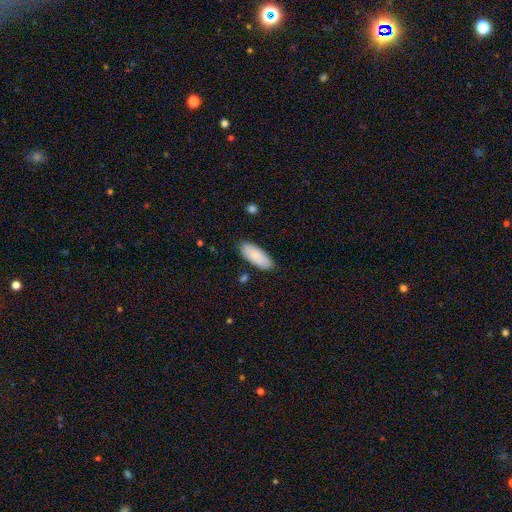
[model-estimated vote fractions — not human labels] Smooth or featured? smooth (86%)
How rounded? in between (81%)
Merging? none (86%)